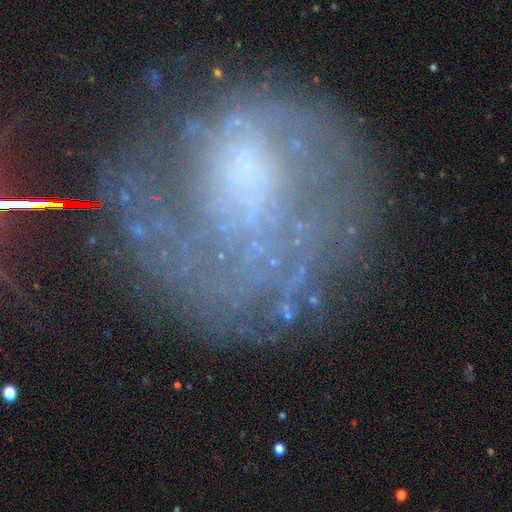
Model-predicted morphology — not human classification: smooth_or_featured: featured or disk (p=0.56) [alt: star or artifact p=0.25]
disk_edge_on: no (p=0.94) [alt: yes p=0.06]
bar: no (p=0.74) [alt: weak p=0.17]
has_spiral_arms: no (p=0.53) [alt: yes p=0.47]
bulge_size: none (p=0.41) [alt: small p=0.38]
merging: none (p=0.55) [alt: major disturbance p=0.21]